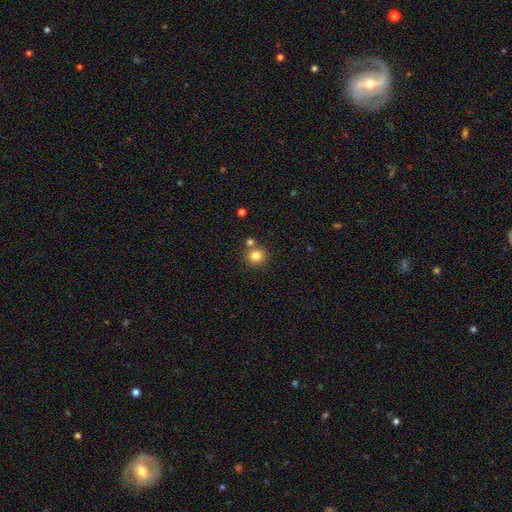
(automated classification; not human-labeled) smooth 82%, star or artifact 11%, featured or disk 6%. Down the decision tree: how rounded — round (90%); merging — none (73%).